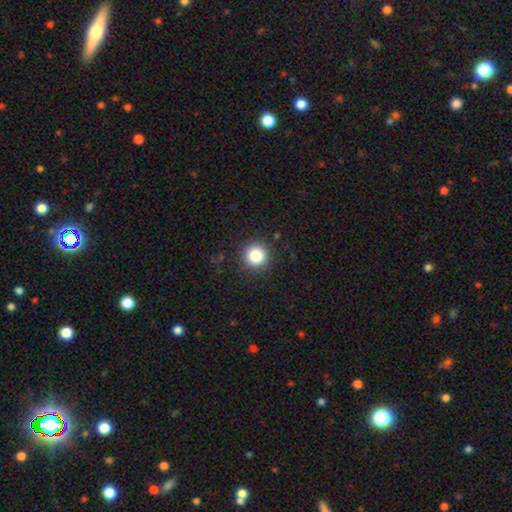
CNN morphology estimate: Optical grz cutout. It shows a smooth galaxy with no disk features (84%) that is round (95%). Merging: none (91%).